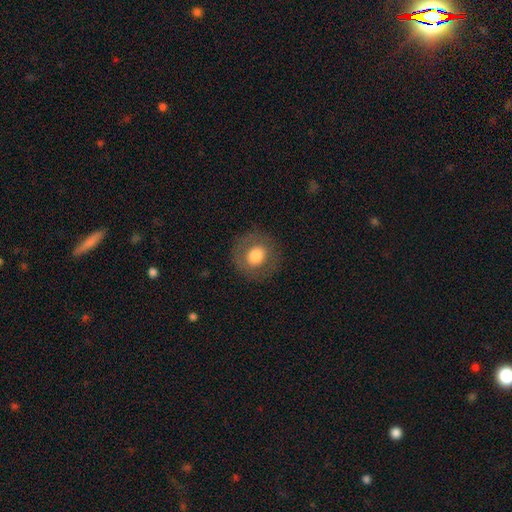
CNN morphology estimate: Smooth or featured? Predicted: smooth (p=0.70). How rounded? Predicted: round (p=0.89). Merging? Predicted: none (p=0.84).